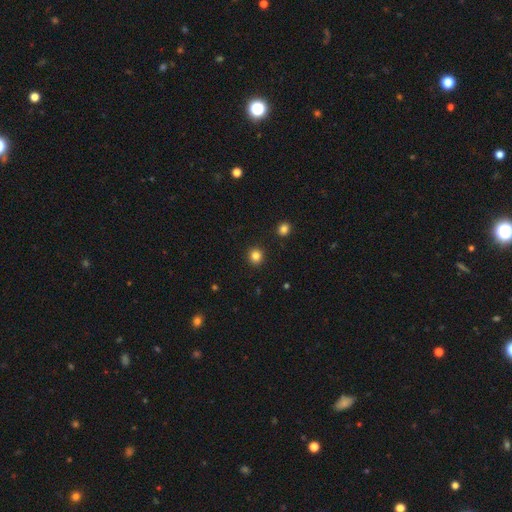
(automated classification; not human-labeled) smooth-or-featured: smooth: 84% | star or artifact: 12% | featured or disk: 4%
  how-rounded: round: 89% | in between: 10% | cigar-shaped: 1%
  merging: none: 92% | minor disturbance: 5% | major disturbance: 2% | merger: 1%